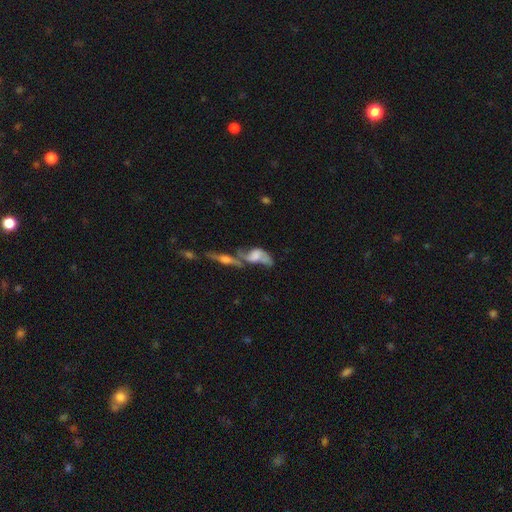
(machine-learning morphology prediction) This is possibly a featured or disk galaxy (57%). It is likely not viewed edge-on (79%). Merging: possibly merger (53%).